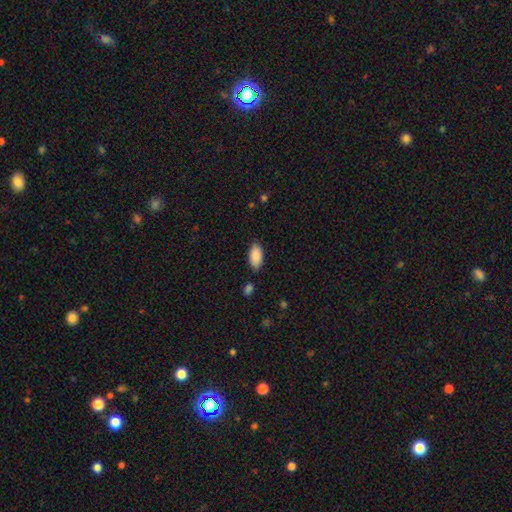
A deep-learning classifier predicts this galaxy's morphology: A smooth galaxy with no disk features (88%) that is in between round and cigar-shaped (94%).

Vote fractions:
- Smooth or featured? smooth: 88% / star or artifact: 6% / featured or disk: 6%
- How rounded? in between: 94% / cigar-shaped: 4% / round: 2%
- Merging? none: 82% / minor disturbance: 13% / merger: 3% / major disturbance: 3%